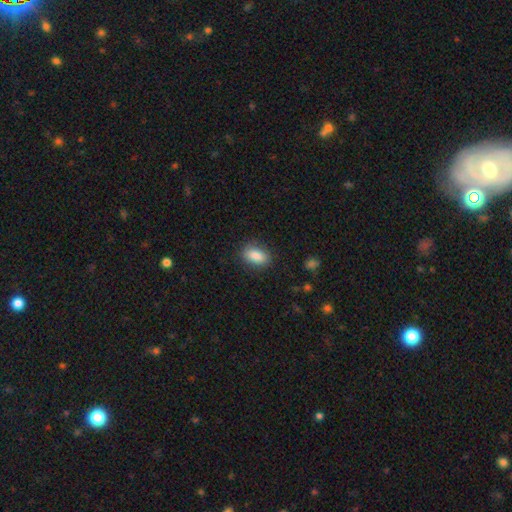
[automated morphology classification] This is clearly a smooth galaxy (86%). How rounded: clearly in between (87%). Merging: clearly none (85%).